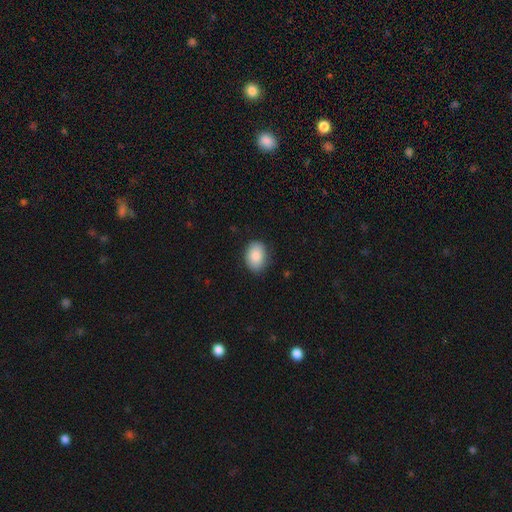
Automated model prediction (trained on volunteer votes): A smooth galaxy with no disk features (87%) that is in between round and cigar-shaped (80%). Merging: none (84%).